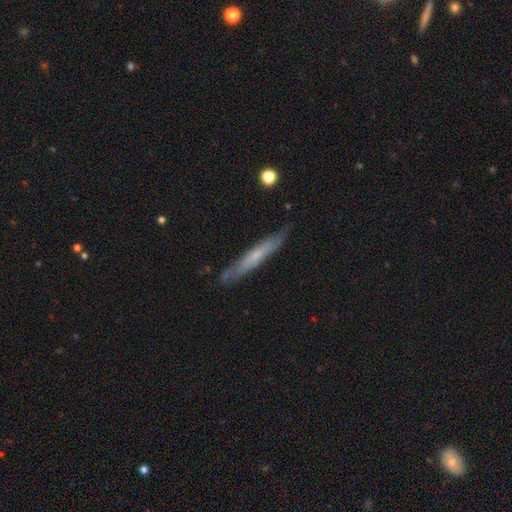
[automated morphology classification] The model was most divided on "smooth or featured": featured or disk: 50%, smooth: 44%, star or artifact: 6%. More confident: edge-on disk — yes (83%); merging — none (80%).